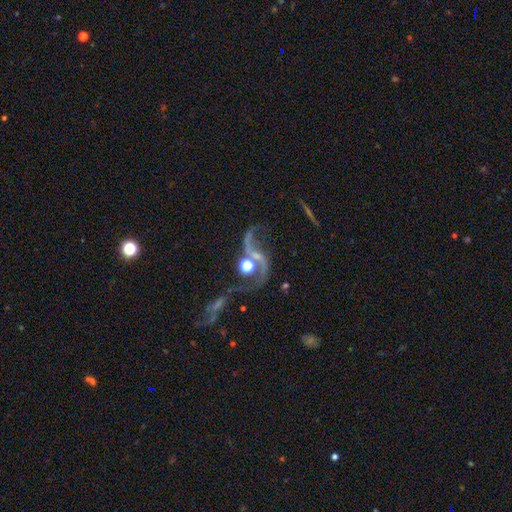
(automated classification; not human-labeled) Smooth or featured: featured or disk — 80% (star or artifact — 12%)
Edge-on disk: no — 95% (yes — 5%)
Bar: no — 56% (weak — 31%)
Spiral arms: yes — 89% (no — 11%)
Spiral winding: loose — 82% (medium — 14%)
Spiral arm count: 2 — 85% (1 — 7%)
Bulge size: moderate — 46% (small — 29%)
Merging: none — 35% (merger — 28%)